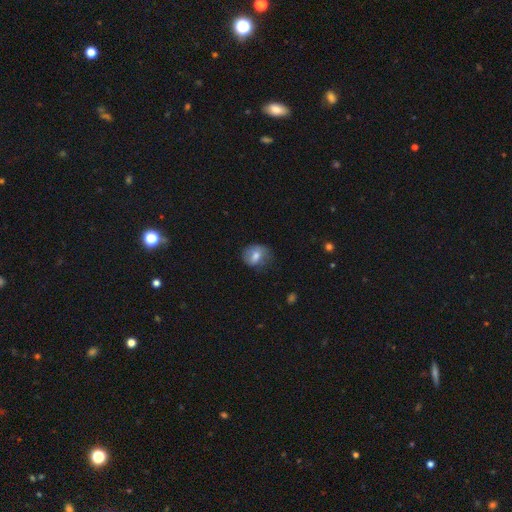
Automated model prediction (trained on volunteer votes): smooth 70%, featured or disk 22%, star or artifact 9%. Down the decision tree: how rounded — round (59%); merging — none (59%).